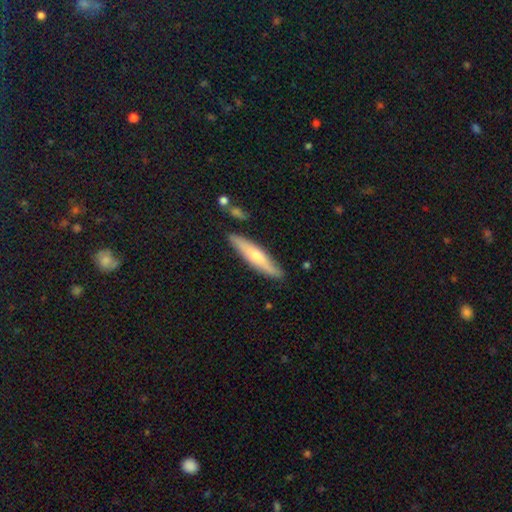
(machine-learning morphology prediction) smooth-or-featured: smooth: 50% | featured or disk: 45% | star or artifact: 6%
  merging: none: 85% | minor disturbance: 11% | merger: 2% | major disturbance: 2%